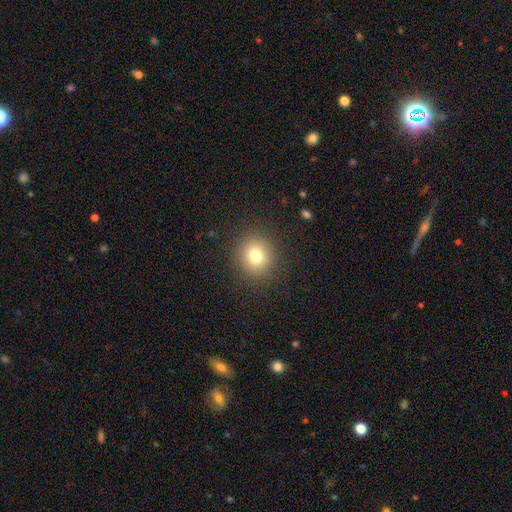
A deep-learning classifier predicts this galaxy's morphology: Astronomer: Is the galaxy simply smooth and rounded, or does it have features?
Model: smooth — 77%.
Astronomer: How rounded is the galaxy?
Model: round — 89%.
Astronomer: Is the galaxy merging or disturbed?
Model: none — 89%.